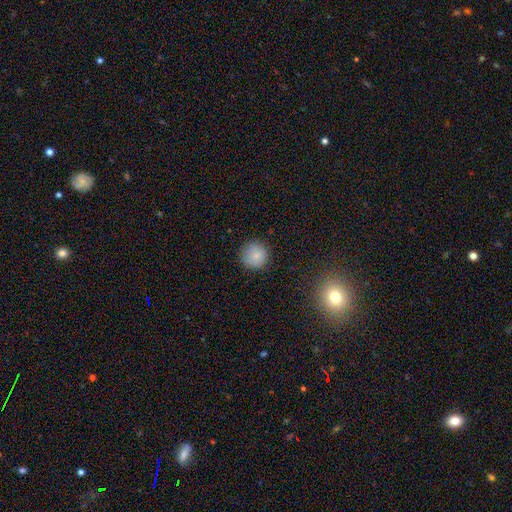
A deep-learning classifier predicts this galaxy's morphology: Smooth or featured? Predicted: smooth (p=0.81). How rounded? Predicted: round (p=0.95). Merging? Predicted: none (p=0.86).